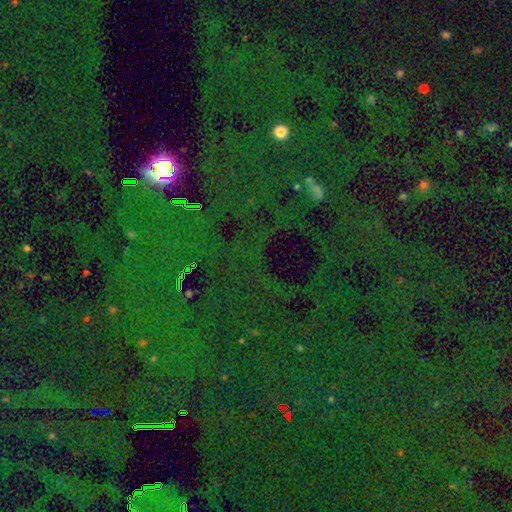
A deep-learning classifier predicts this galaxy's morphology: smooth_or_featured: star or artifact (p=0.81) [alt: smooth p=0.12]